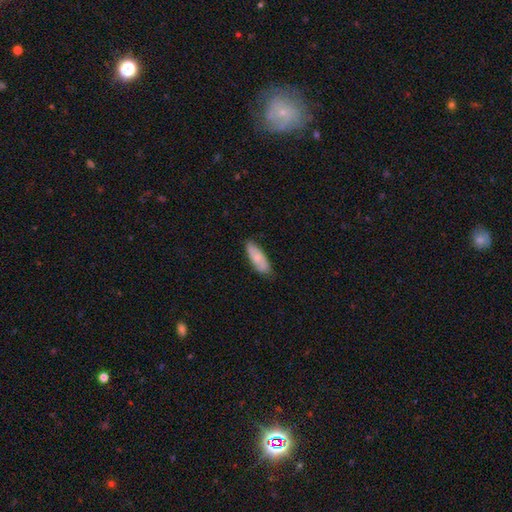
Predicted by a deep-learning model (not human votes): Smooth or featured?
  - smooth: 72% *
  - featured or disk: 22%
  - star or artifact: 6%
How rounded?
  - in between: 68% *
  - cigar-shaped: 30%
  - round: 2%
Merging?
  - none: 78% *
  - minor disturbance: 18%
  - major disturbance: 3%
  - merger: 1%